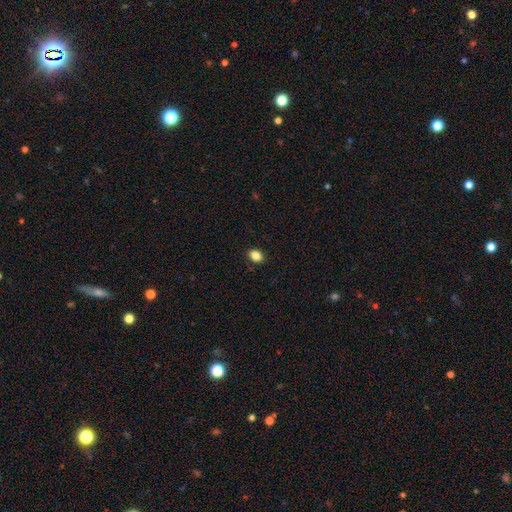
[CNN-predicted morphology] smooth_or_featured: smooth (p=0.86) [alt: star or artifact p=0.10]
how_rounded: in between (p=0.69) [alt: round p=0.30]
merging: none (p=0.89) [alt: minor disturbance p=0.08]